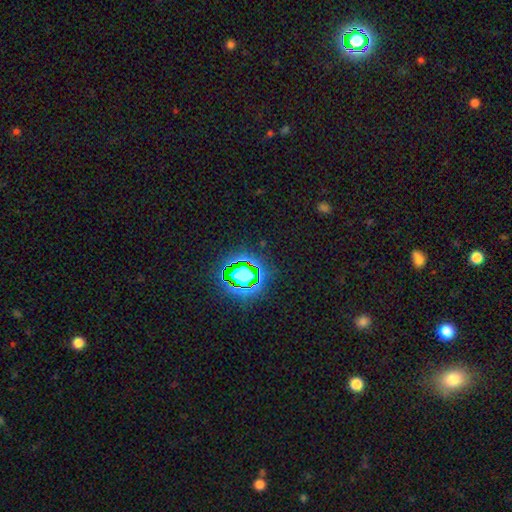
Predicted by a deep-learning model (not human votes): smooth_or_featured: star or artifact (p=0.78) [alt: smooth p=0.15]